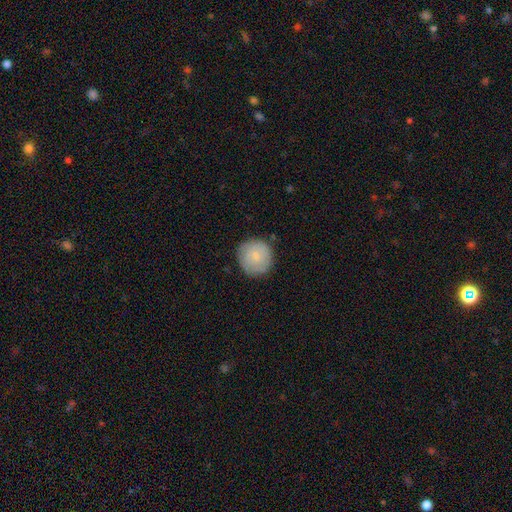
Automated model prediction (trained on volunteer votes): This appears to be a smooth galaxy with no disk features (73%) that is round (94%). Merging: none (83%).